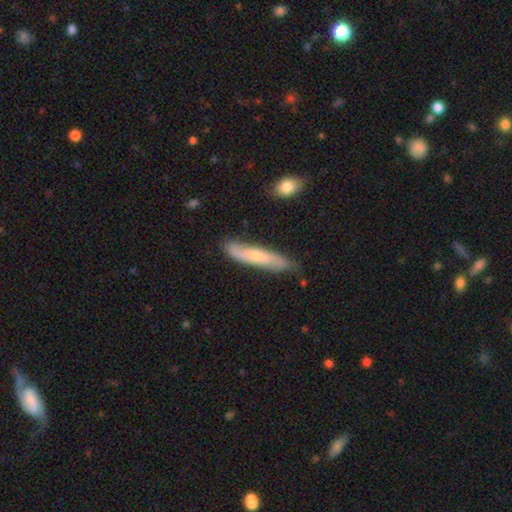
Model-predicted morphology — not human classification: type=featured or disk (48%); merging=none (78%).